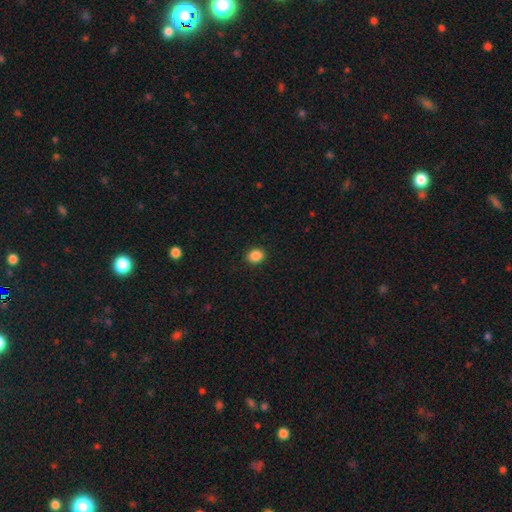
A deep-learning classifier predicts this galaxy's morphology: This appears to be a smooth galaxy with no disk features (87%) that is round (58%). Merging: none (90%).